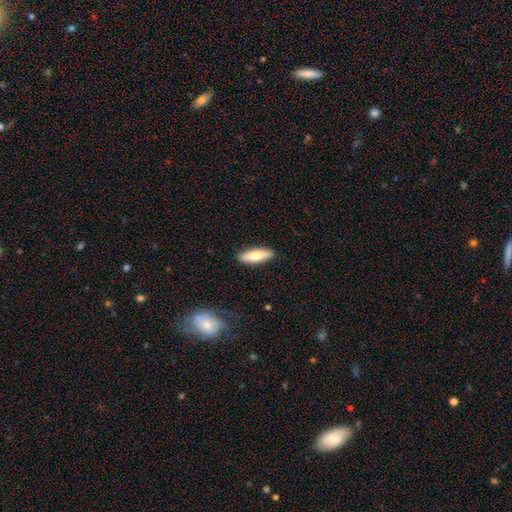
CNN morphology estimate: Smooth or featured? Predicted: smooth (p=0.71). How rounded? Predicted: cigar-shaped (p=0.54). Merging? Predicted: none (p=0.89).